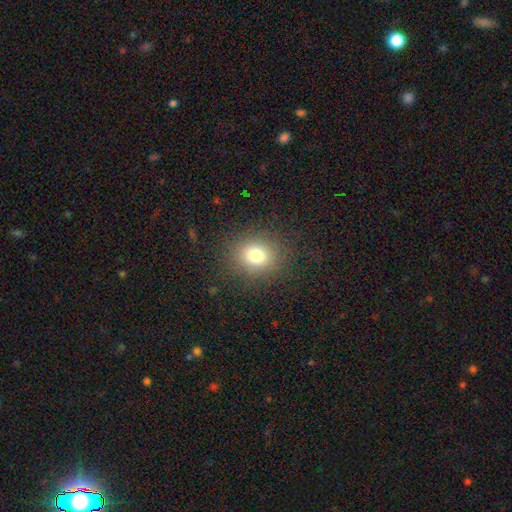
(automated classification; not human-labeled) Overall: smooth (76%). How rounded: round (72%). Merging: none (86%).